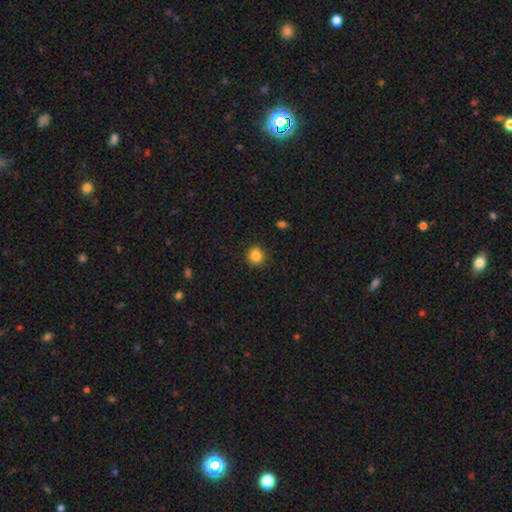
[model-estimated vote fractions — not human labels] Q: Smooth or featured?
A: smooth (85%); runner-up: star or artifact (10%)
Q: How rounded?
A: round (88%); runner-up: in between (11%)
Q: Merging?
A: none (86%); runner-up: minor disturbance (10%)